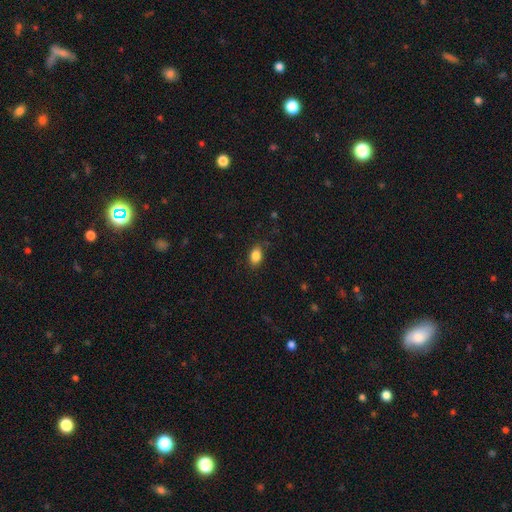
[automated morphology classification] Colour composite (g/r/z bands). It shows a smooth galaxy with no disk features (86%) that is in between round and cigar-shaped (83%). Merging: none (82%).